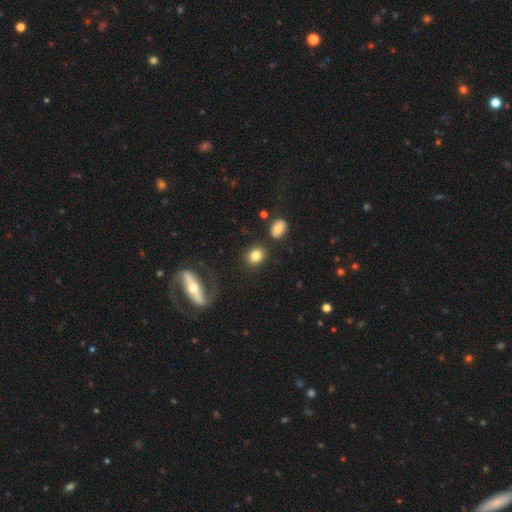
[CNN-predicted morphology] Smooth or featured?
  - smooth: 80% *
  - featured or disk: 10%
  - star or artifact: 9%
How rounded?
  - round: 63% *
  - in between: 35%
  - cigar-shaped: 2%
Merging?
  - none: 80% *
  - minor disturbance: 10%
  - merger: 6%
  - major disturbance: 4%